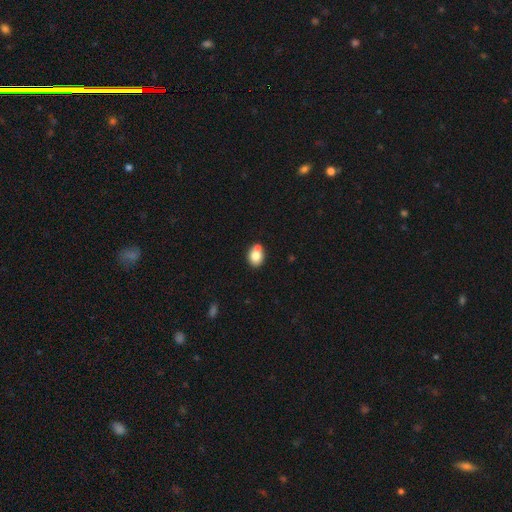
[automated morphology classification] Q: Smooth or featured?
A: smooth (78%); runner-up: featured or disk (13%)
Q: How rounded?
A: in between (58%); runner-up: round (41%)
Q: Merging?
A: none (54%); runner-up: merger (25%)